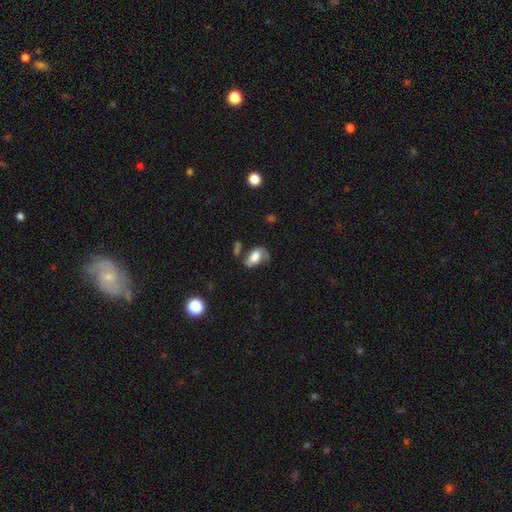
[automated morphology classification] smooth_or_featured: smooth (p=0.59) [alt: featured or disk p=0.32]
how_rounded: in between (p=0.88) [alt: round p=0.09]
merging: none (p=0.36) [alt: minor disturbance p=0.28]